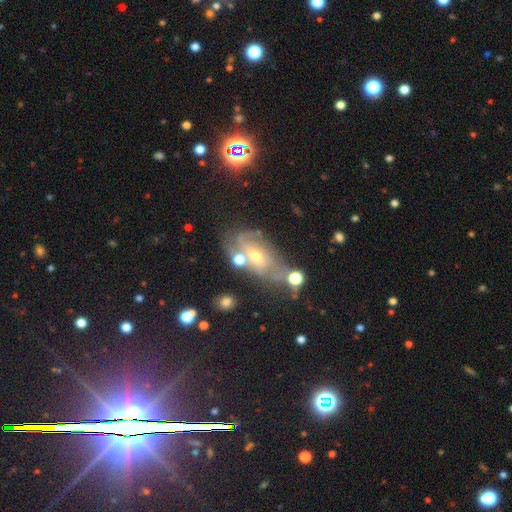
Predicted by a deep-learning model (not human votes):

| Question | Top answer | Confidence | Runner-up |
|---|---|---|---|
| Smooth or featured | featured or disk | 68% | smooth (21%) |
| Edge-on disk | no | 91% | yes (9%) |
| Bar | no | 63% | weak (28%) |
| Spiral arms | yes | 74% | no (26%) |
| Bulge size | moderate | 52% | small (43%) |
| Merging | none | 48% | minor disturbance (22%) |